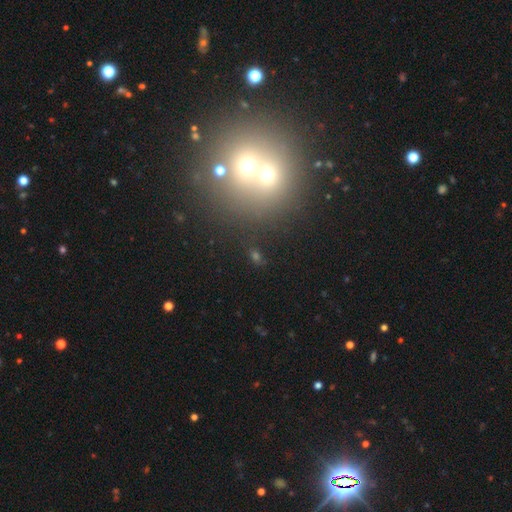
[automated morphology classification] type=smooth (47%); merging=none (53%).